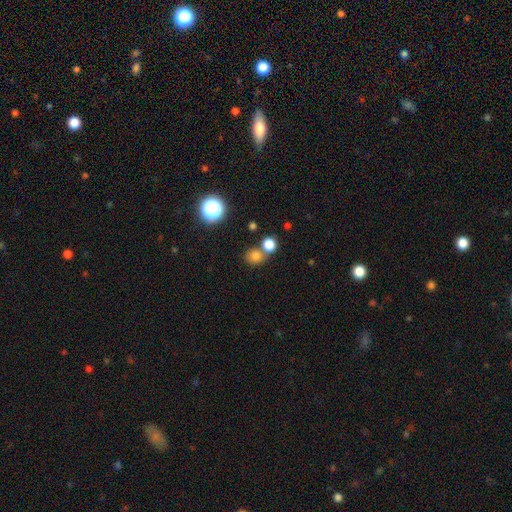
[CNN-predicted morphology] A smooth galaxy with no disk features (76%) that is round (81%). Merging: none (58%).